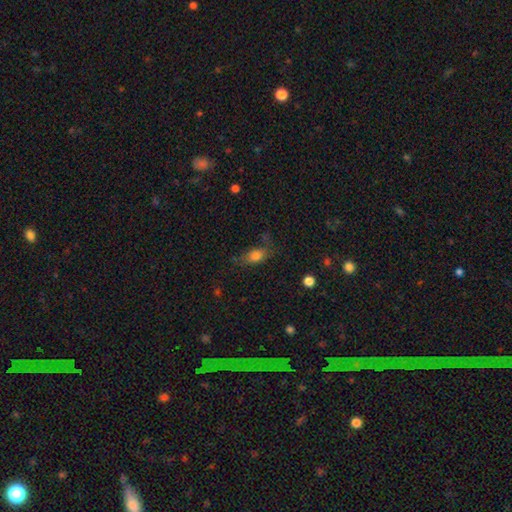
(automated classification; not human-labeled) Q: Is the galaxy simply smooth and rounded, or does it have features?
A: smooth — 78%.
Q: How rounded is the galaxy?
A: in between — 78%.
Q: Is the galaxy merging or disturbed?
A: none — 65%.